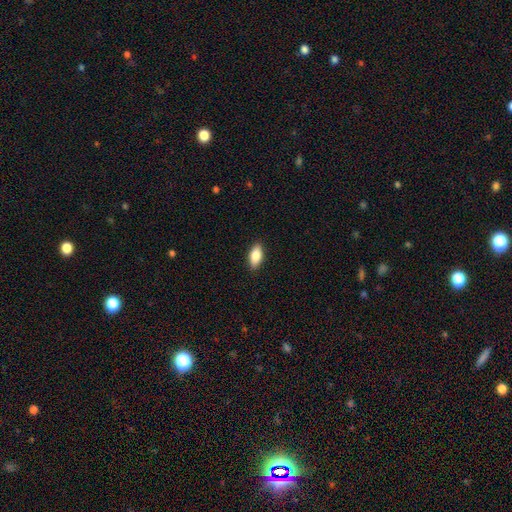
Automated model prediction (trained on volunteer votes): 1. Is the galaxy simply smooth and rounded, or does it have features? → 81% smooth, 12% featured or disk, 7% star or artifact.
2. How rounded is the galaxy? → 86% in between, 11% cigar-shaped, 3% round.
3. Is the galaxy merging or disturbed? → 89% none, 8% minor disturbance, 2% major disturbance, 1% merger.